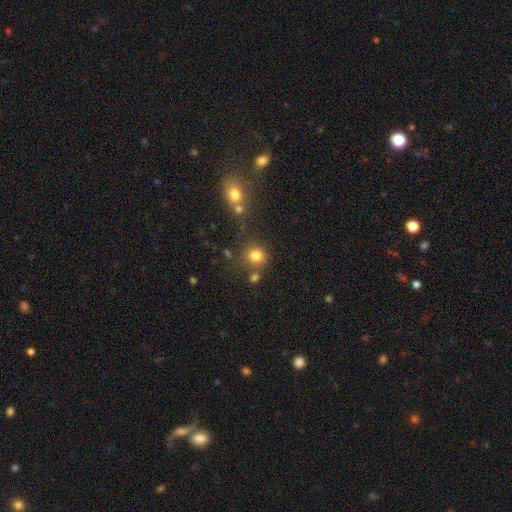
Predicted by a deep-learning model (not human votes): smooth_or_featured: smooth (p=0.80) [alt: star or artifact p=0.13]
how_rounded: round (p=0.87) [alt: in between p=0.12]
merging: none (p=0.71) [alt: merger p=0.14]